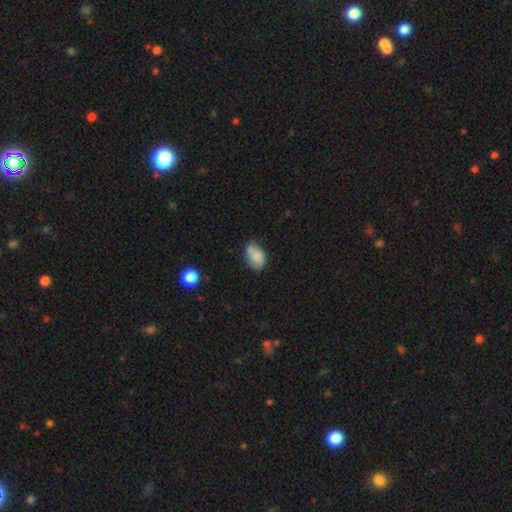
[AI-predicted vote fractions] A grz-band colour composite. It shows a smooth galaxy with no disk features (75%) that is in between round and cigar-shaped (83%). Merging: none (44%).